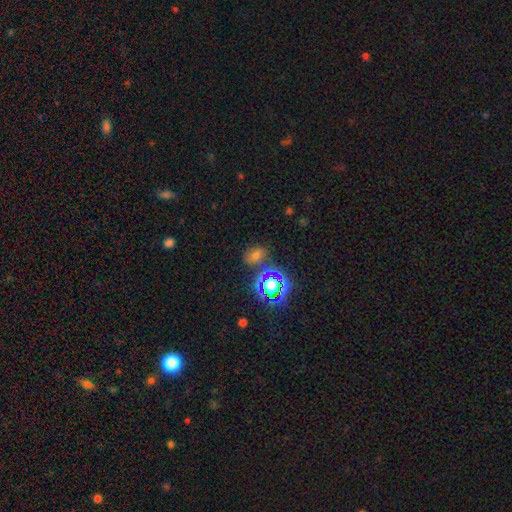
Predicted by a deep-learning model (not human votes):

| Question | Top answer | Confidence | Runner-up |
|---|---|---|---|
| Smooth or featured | smooth | 50% | star or artifact (40%) |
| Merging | none | 66% | minor disturbance (16%) |